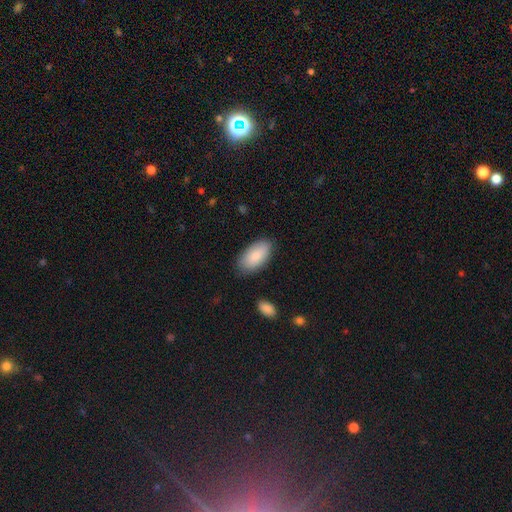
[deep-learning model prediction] A smooth galaxy with no disk features (86%) that is in between round and cigar-shaped (94%). Merging: none (83%).